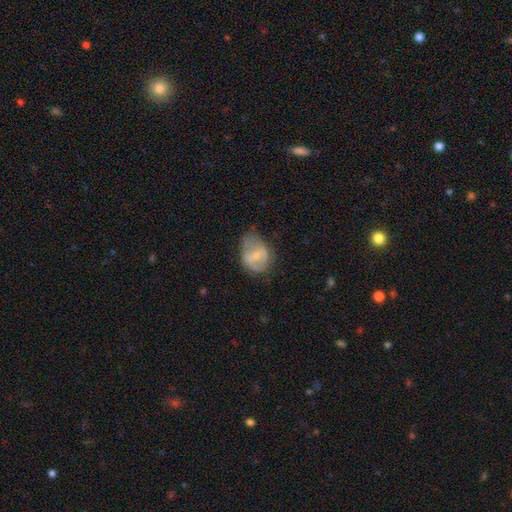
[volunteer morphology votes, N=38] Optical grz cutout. It shows a smooth galaxy with no disk features (47%, tied with featured or disk) that is in between round and cigar-shaped (78%). Merging: minor disturbance (44%).